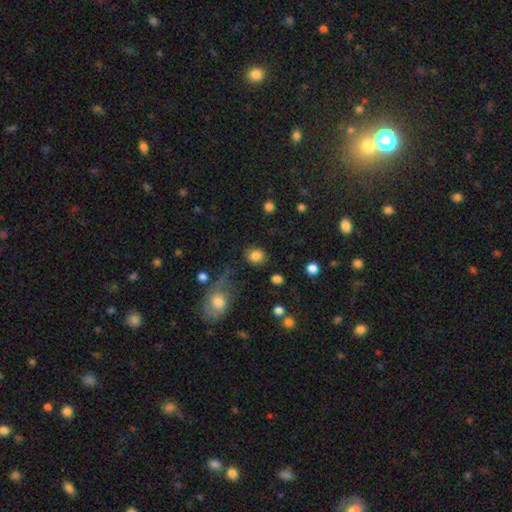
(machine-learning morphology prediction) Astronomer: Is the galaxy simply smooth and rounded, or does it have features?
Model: smooth — 85%.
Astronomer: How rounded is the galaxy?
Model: round — 78%.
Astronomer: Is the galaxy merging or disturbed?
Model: none — 83%.